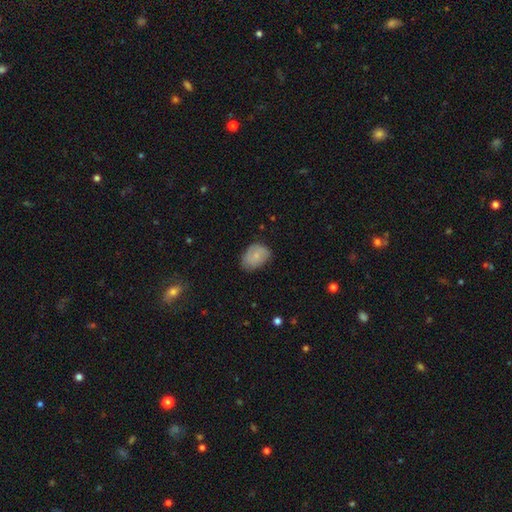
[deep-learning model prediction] This is likely a smooth galaxy (75%). How rounded: likely in between (78%). Merging: likely none (66%).